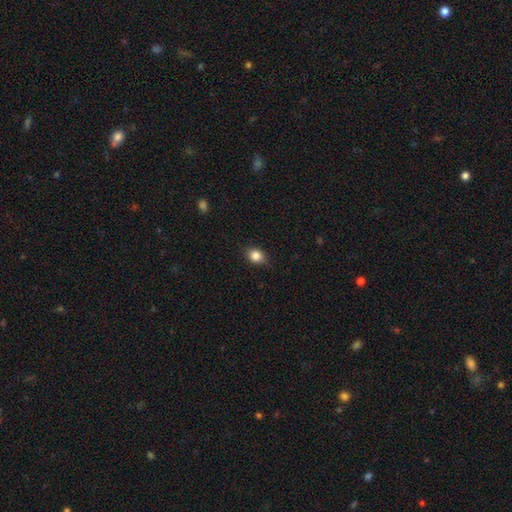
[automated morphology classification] type=smooth (85%); roundness=round (51%); merging=none (82%).